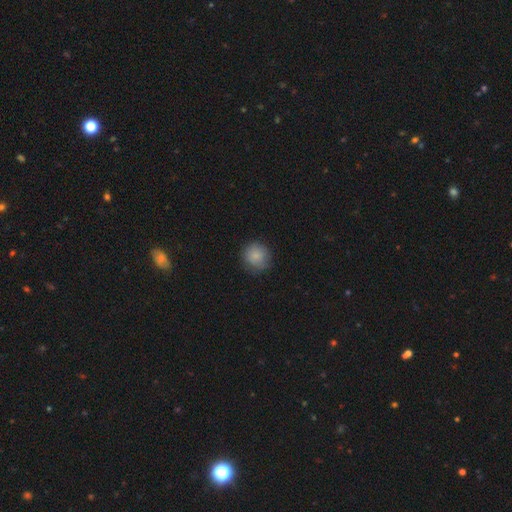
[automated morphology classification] smooth-or-featured: smooth: 84% | star or artifact: 9% | featured or disk: 7%
  how-rounded: round: 91% | in between: 8% | cigar-shaped: 1%
  merging: none: 83% | minor disturbance: 13% | major disturbance: 4% | merger: 1%